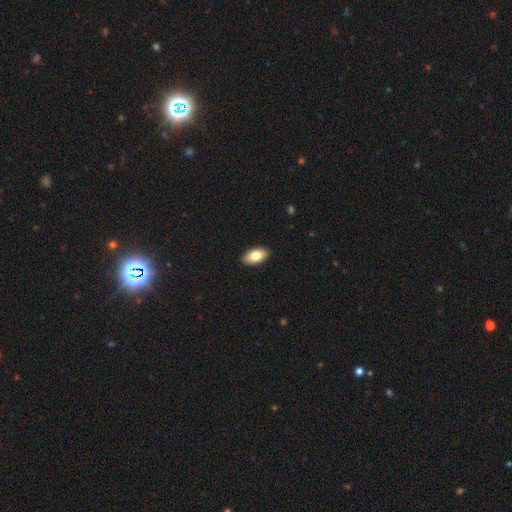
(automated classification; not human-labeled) This is clearly a smooth galaxy (84%). How rounded: clearly in between (95%). Merging: clearly none (91%).